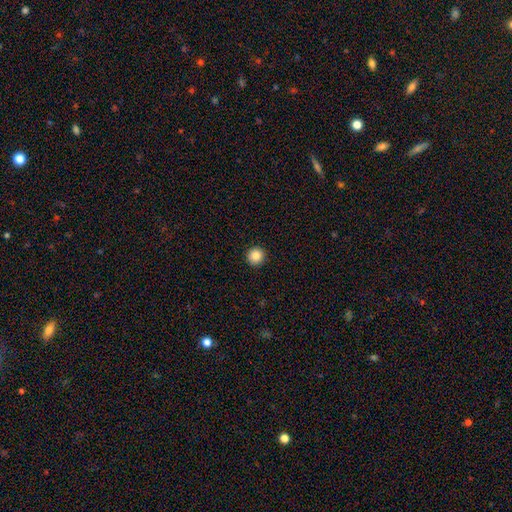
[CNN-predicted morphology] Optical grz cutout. It shows a smooth galaxy with no disk features (87%) that is round (95%). Merging: none (93%).